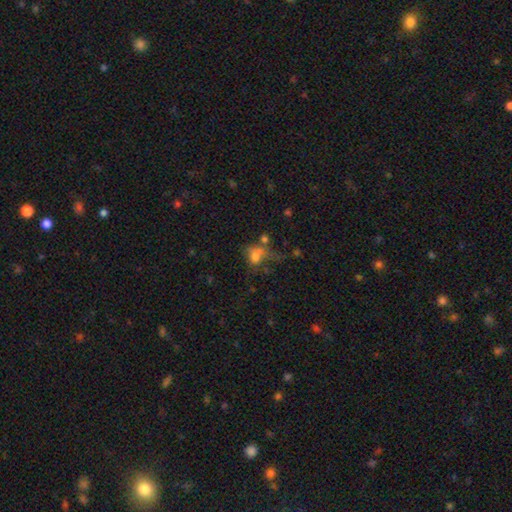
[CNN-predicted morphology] smooth-or-featured: smooth: 65% | featured or disk: 18% | star or artifact: 17%
  how-rounded: round: 50% | in between: 47% | cigar-shaped: 2%
  merging: major disturbance: 28% (tied) | none: 28% (tied) | merger: 26% | minor disturbance: 17%